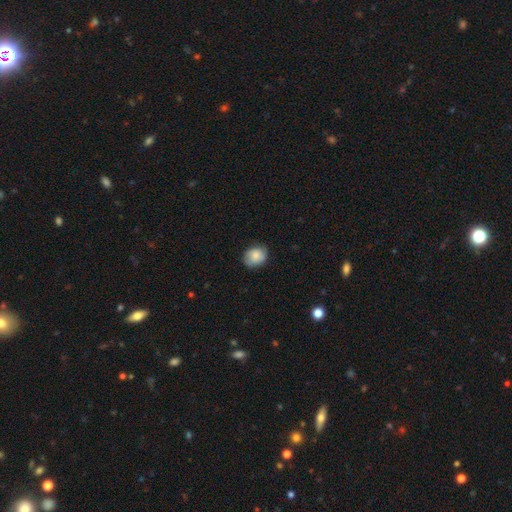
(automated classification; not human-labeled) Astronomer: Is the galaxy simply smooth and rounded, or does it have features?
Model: smooth — 80%.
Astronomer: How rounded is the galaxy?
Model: round — 56% (runner-up: in between, 43%).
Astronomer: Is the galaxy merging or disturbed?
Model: none — 77%.